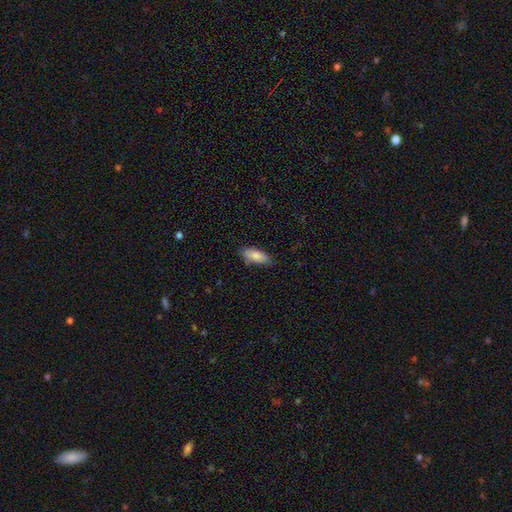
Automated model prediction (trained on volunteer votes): smooth 86%, featured or disk 8%, star or artifact 6%. Down the decision tree: how rounded — in between (78%); merging — none (78%).